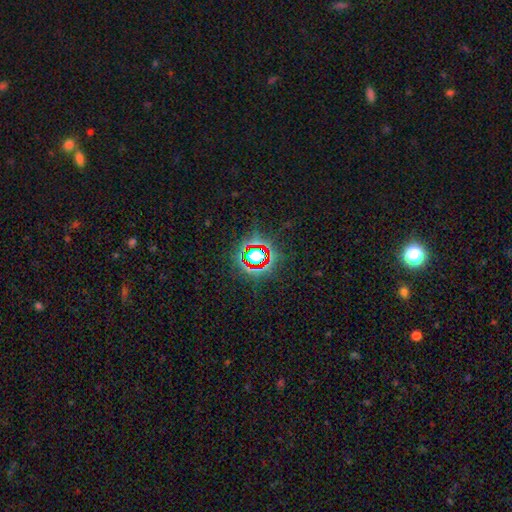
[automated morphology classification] Smooth or featured? Predicted: star or artifact (p=0.74).